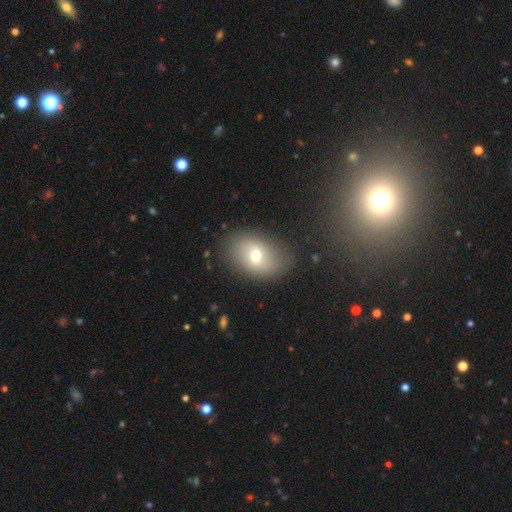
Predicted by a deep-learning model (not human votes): This appears to be a smooth galaxy with no disk features (63%) that is in between round and cigar-shaped (77%). Merging: none (81%).